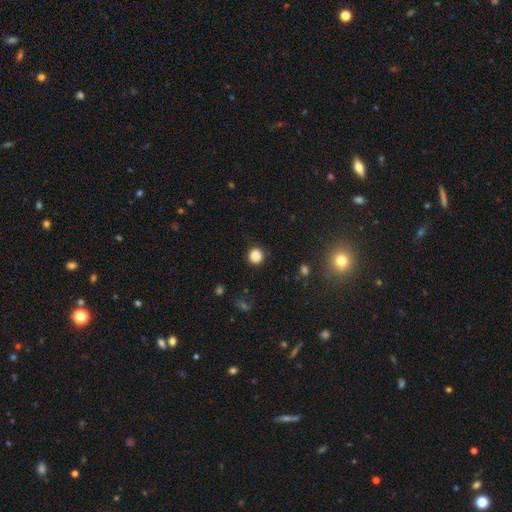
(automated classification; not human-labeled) Smooth or featured: smooth — 85% (star or artifact — 12%)
How rounded: round — 93% (in between — 6%)
Merging: none — 90% (minor disturbance — 6%)